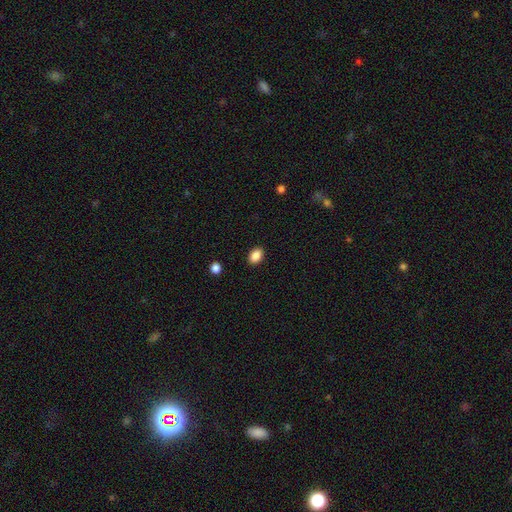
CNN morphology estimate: Smooth or featured? smooth (88%)
How rounded? in between (82%)
Merging? none (90%)